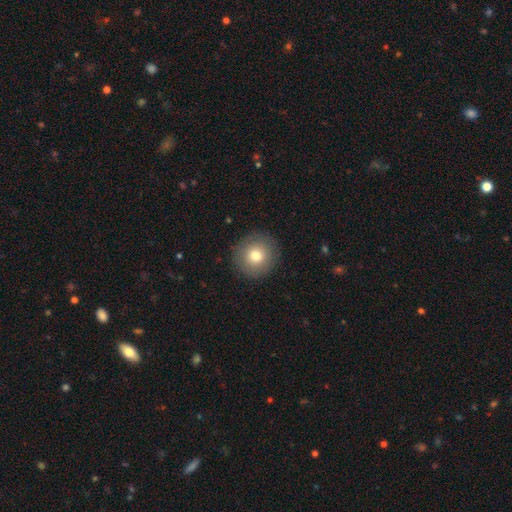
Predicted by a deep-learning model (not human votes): smooth 77%, featured or disk 13%, star or artifact 10%. Down the decision tree: how rounded — round (93%); merging — none (90%).